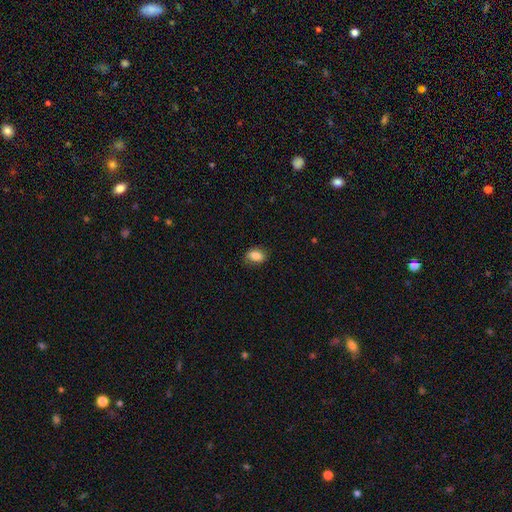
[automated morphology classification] Smooth or featured? smooth (85%)
How rounded? in between (78%)
Merging? none (78%)